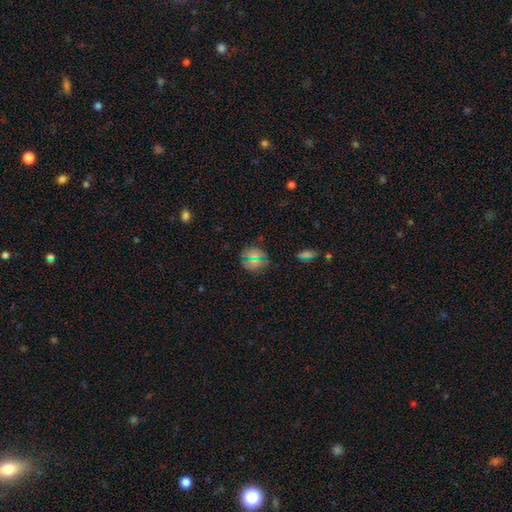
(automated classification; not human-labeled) This is likely a smooth galaxy (61%). How rounded: likely round (79%). Merging: clearly none (83%).